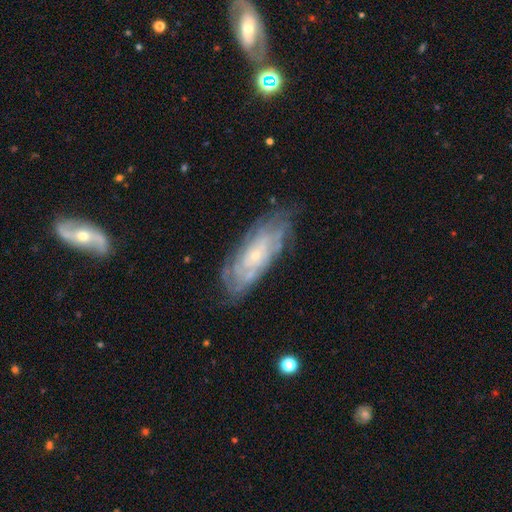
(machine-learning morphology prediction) type=featured or disk (77%); edge-on=no (88%); bar=no (77%); spiral arms=yes (88%); winding=tight (74%); arm count=can't tell (60%); bulge=small (80%); merging=none (75%).